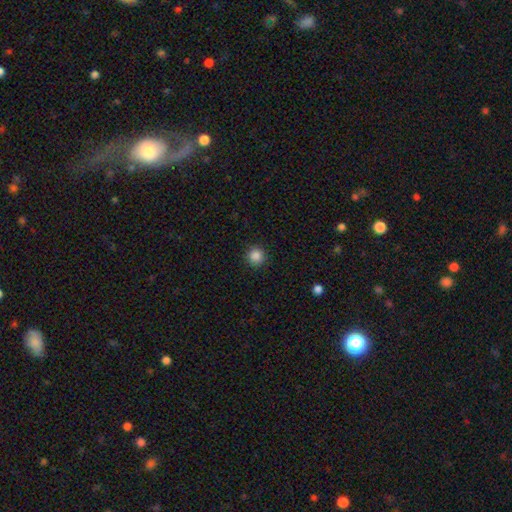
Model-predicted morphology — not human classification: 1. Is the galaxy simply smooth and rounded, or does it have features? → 87% smooth, 10% star or artifact, 3% featured or disk.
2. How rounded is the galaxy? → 95% round, 4% in between, 1% cigar-shaped.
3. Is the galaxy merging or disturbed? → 91% none, 6% minor disturbance, 2% major disturbance, 1% merger.